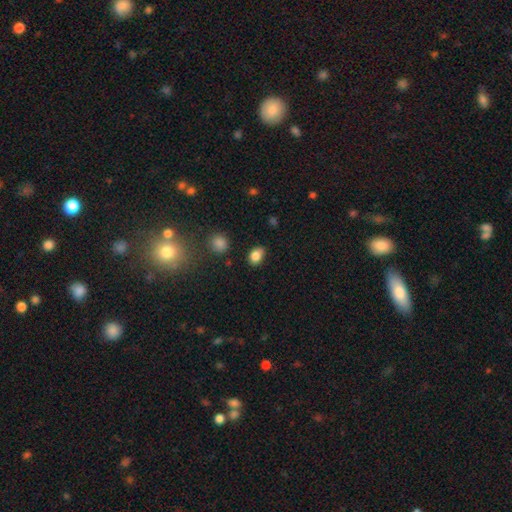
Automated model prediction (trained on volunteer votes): smooth_or_featured: smooth (p=0.85) [alt: star or artifact p=0.10]
how_rounded: in between (p=0.72) [alt: round p=0.26]
merging: none (p=0.78) [alt: minor disturbance p=0.16]